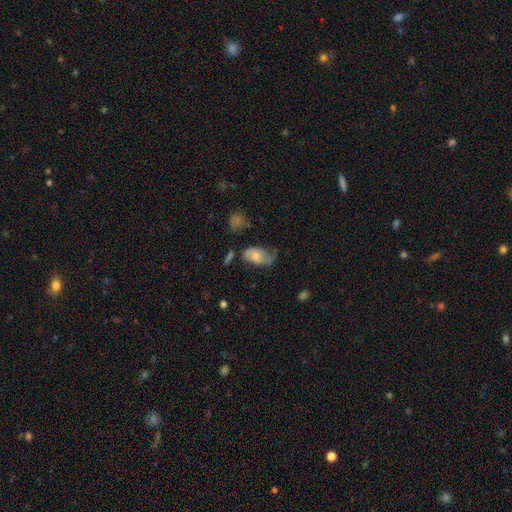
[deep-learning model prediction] Q: Smooth or featured?
A: smooth (58%); runner-up: featured or disk (34%)
Q: How rounded?
A: in between (91%); runner-up: round (7%)
Q: Merging?
A: none (41%); runner-up: minor disturbance (35%)